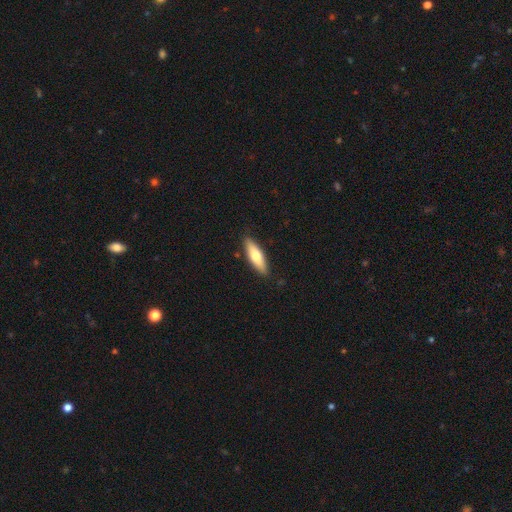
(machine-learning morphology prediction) This is likely a smooth galaxy (65%). How rounded: possibly cigar-shaped (54%). Merging: clearly none (88%).